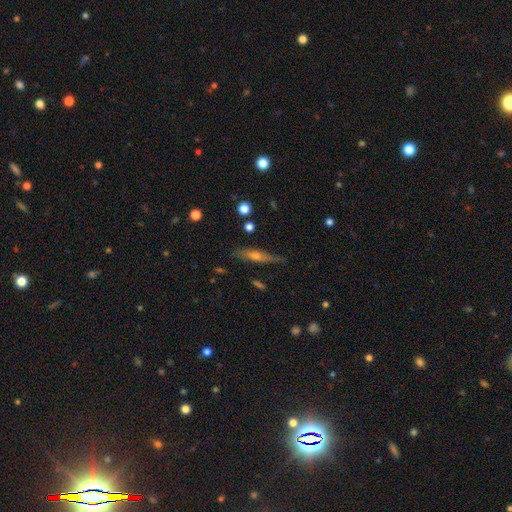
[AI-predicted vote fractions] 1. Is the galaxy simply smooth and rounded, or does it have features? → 55% featured or disk, 36% smooth, 9% star or artifact.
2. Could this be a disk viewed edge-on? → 83% yes, 17% no.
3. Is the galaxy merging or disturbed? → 76% none, 17% minor disturbance, 4% major disturbance, 2% merger.